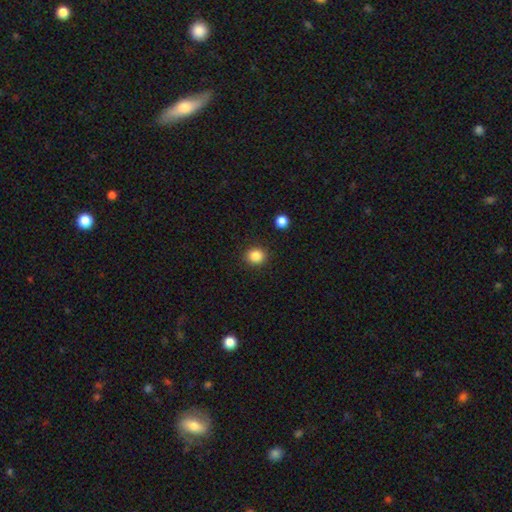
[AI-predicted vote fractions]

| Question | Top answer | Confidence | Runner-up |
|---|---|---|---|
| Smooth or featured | smooth | 86% | star or artifact (11%) |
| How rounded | round | 83% | in between (16%) |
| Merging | none | 90% | minor disturbance (6%) |